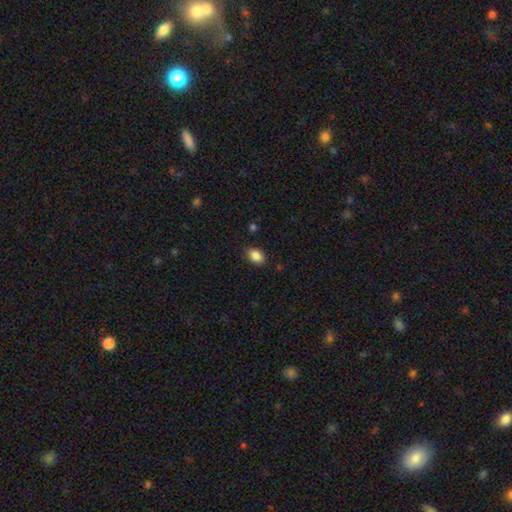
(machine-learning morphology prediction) Overall: smooth (88%). How rounded: in between (84%). Merging: none (87%).